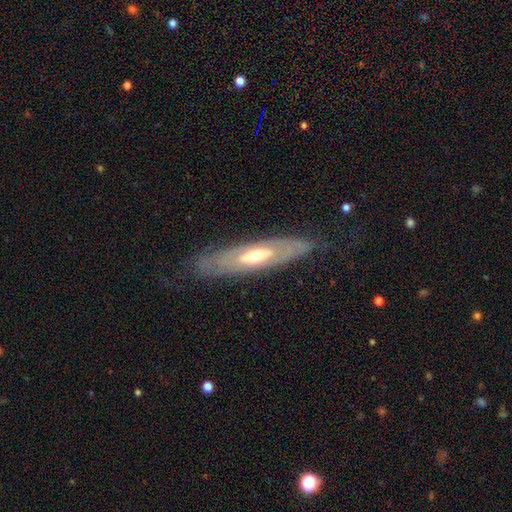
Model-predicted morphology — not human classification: Smooth or featured: featured or disk — 71% (smooth — 23%)
Edge-on disk: no — 65% (yes — 35%)
Merging: none — 77% (minor disturbance — 16%)